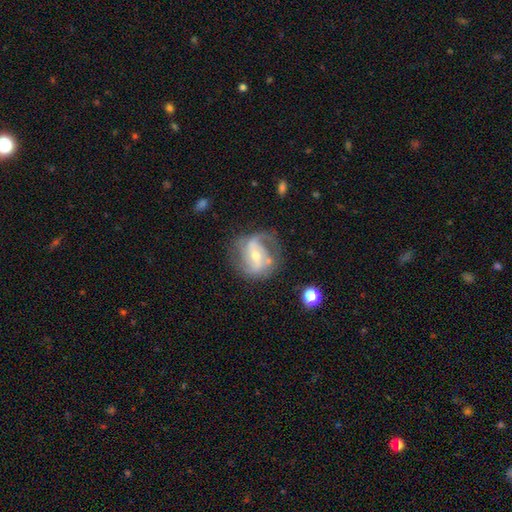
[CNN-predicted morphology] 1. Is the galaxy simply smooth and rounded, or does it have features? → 81% featured or disk, 12% smooth, 7% star or artifact.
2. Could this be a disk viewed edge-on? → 97% no, 3% yes.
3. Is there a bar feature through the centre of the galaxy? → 42% weak, 31% strong, 27% no.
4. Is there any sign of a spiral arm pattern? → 92% yes, 8% no.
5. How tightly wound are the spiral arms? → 45% medium, 35% loose, 20% tight.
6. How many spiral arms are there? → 61% 2, 14% 3, 12% can't tell, 8% 1, 3% 4, 2% more than 4.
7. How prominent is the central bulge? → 50% small, 46% moderate, 2% large, 1% none, 1% dominant.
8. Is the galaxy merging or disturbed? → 58% none, 21% minor disturbance, 17% major disturbance, 4% merger.